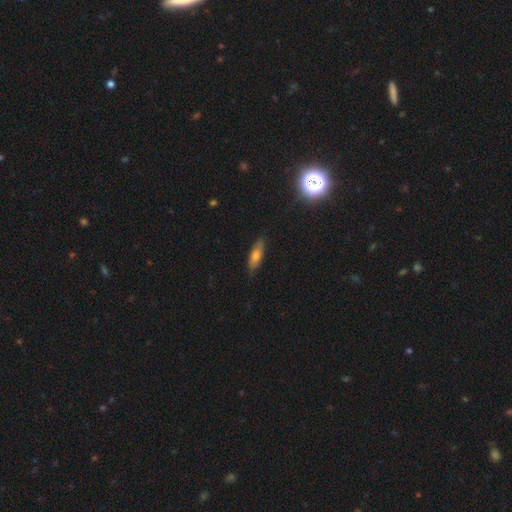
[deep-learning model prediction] Overall: smooth (69%). How rounded: in between (57%; cigar-shaped 40%). Merging: none (81%).